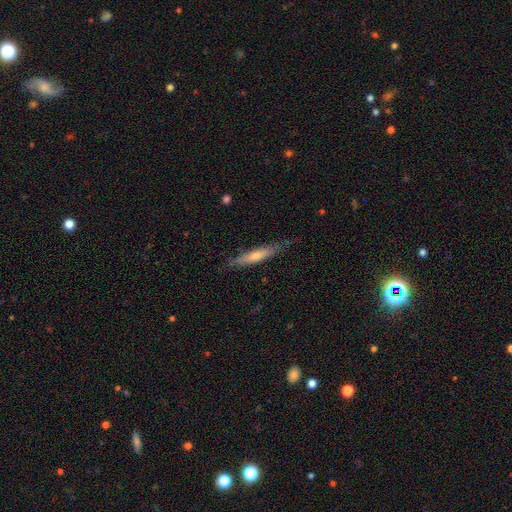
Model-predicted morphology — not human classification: A smooth galaxy with no disk features (49%). Merging: none (77%).